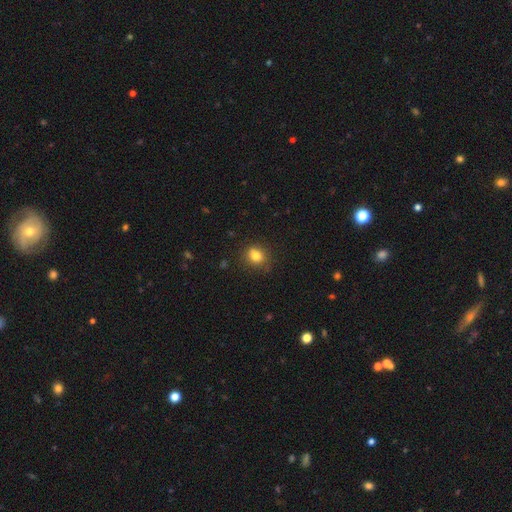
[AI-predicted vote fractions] Smooth or featured: smooth — 81% (star or artifact — 12%)
How rounded: round — 69% (in between — 30%)
Merging: none — 79% (minor disturbance — 15%)